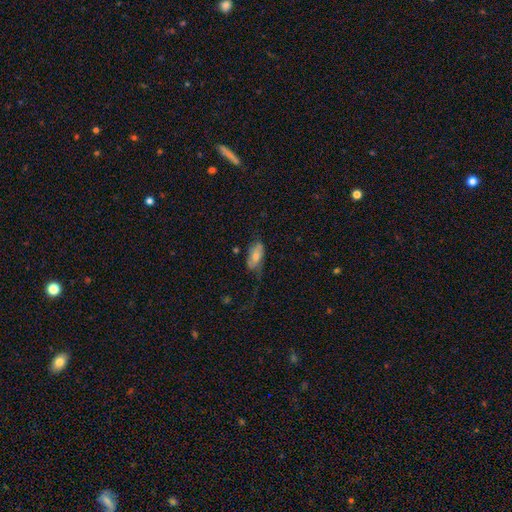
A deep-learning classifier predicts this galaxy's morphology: smooth-or-featured: smooth: 61% | featured or disk: 32% | star or artifact: 7%
  how-rounded: in between: 90% | cigar-shaped: 7% | round: 3%
  merging: none: 44% | minor disturbance: 31% | major disturbance: 22% | merger: 3%